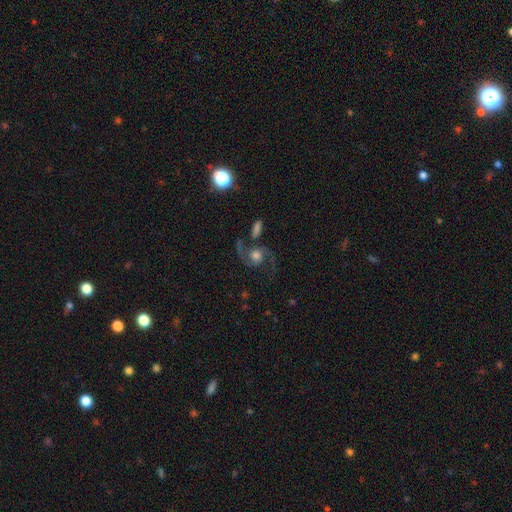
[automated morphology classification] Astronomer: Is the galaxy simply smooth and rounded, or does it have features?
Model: featured or disk — 85%.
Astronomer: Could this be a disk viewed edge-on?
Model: no — 98%.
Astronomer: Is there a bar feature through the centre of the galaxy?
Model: no — 71%.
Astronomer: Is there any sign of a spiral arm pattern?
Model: yes — 97%.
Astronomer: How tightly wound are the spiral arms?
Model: loose — 52% (runner-up: medium, 40%).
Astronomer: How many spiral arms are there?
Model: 2 — 93%.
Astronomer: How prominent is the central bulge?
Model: moderate — 53%.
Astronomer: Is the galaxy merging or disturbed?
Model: none — 65%.